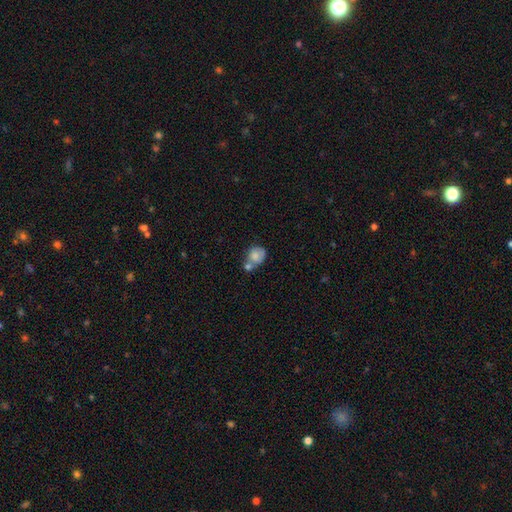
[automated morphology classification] A smooth galaxy with no disk features (74%) that is round (59%).

Vote fractions:
- Smooth or featured? smooth: 74% / featured or disk: 18% / star or artifact: 8%
- How rounded? round: 59% / in between: 40% / cigar-shaped: 1%
- Merging? merger: 48% / none: 29% / minor disturbance: 16% / major disturbance: 7%